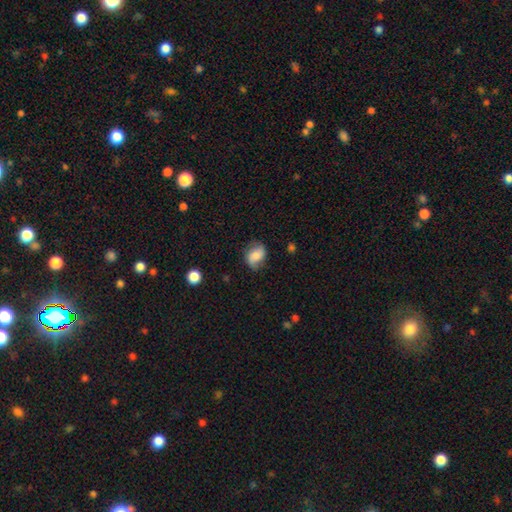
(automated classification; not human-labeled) A smooth galaxy with no disk features (63%) that is in between round and cigar-shaped (63%).

Vote fractions:
- Smooth or featured? smooth: 63% / featured or disk: 28% / star or artifact: 9%
- How rounded? in between: 63% / round: 36% / cigar-shaped: 2%
- Merging? none: 69% / minor disturbance: 23% / major disturbance: 7% / merger: 2%